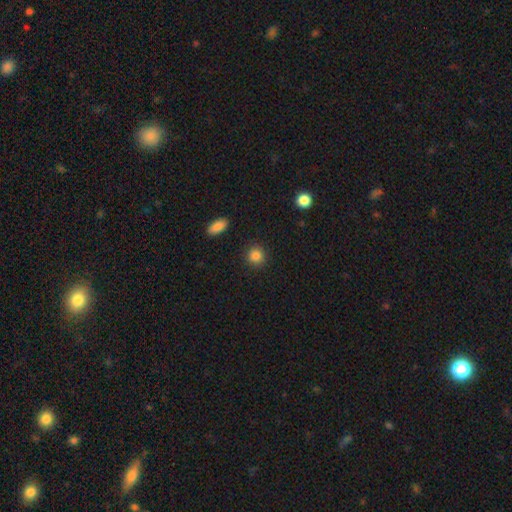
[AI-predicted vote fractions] This is clearly a smooth galaxy (87%). How rounded: clearly round (89%). Merging: clearly none (90%).